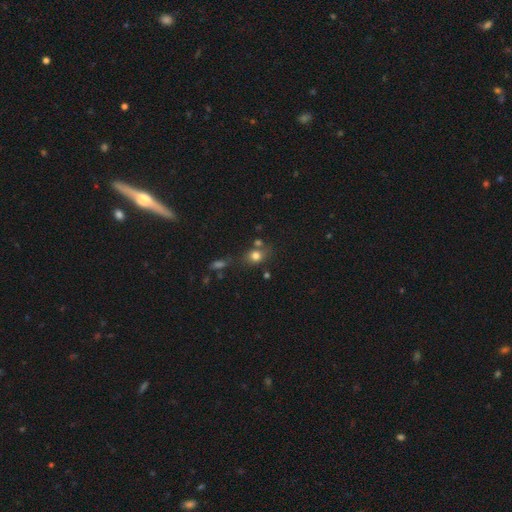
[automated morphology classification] Smooth or featured? smooth (76%)
How rounded? round (56%)
Merging? none (63%)